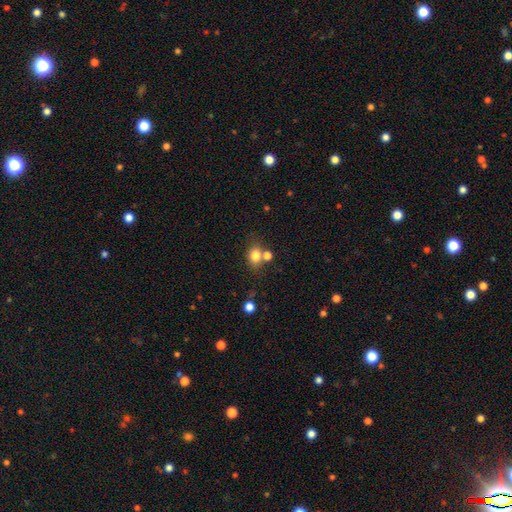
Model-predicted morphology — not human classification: A smooth galaxy with no disk features (79%) that is round (50%).

Vote fractions:
- Smooth or featured? smooth: 79% / star or artifact: 12% / featured or disk: 9%
- How rounded? round: 50% / in between: 48% / cigar-shaped: 1%
- Merging? none: 61% / merger: 22% / minor disturbance: 13% / major disturbance: 5%